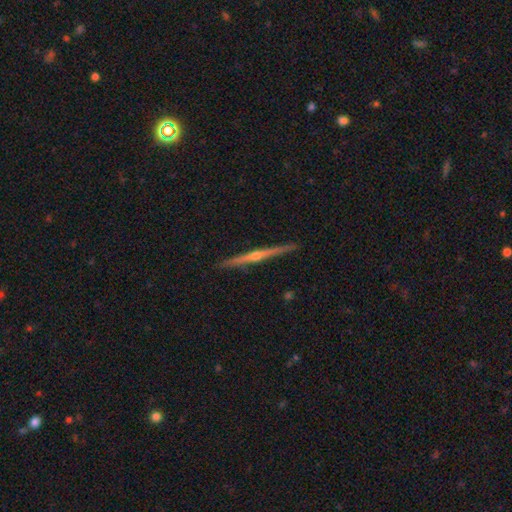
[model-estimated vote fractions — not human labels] Smooth or featured? featured or disk (83%)
Edge-on disk? yes (99%)
Edge-on bulge? rounded (87%)
Merging? none (92%)